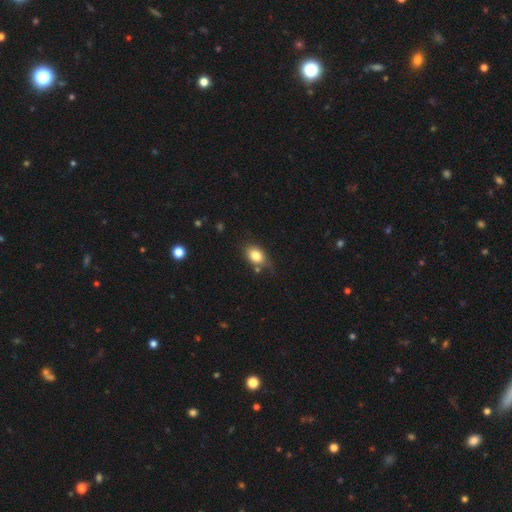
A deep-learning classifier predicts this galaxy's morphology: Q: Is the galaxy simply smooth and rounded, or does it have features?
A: smooth — 82%.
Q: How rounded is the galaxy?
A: in between — 78%.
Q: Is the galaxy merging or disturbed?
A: none — 72%.